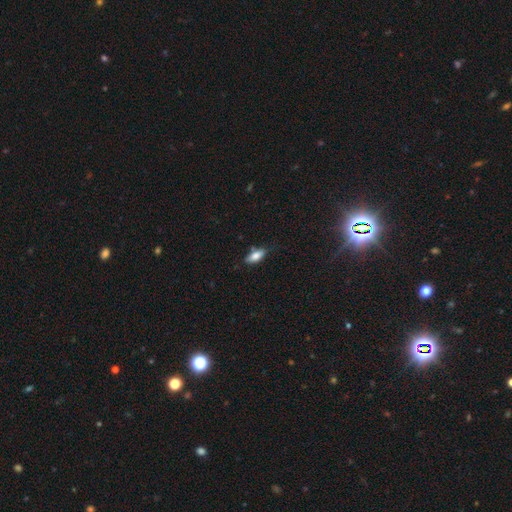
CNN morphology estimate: type=smooth (79%); roundness=in between (80%); merging=none (70%).